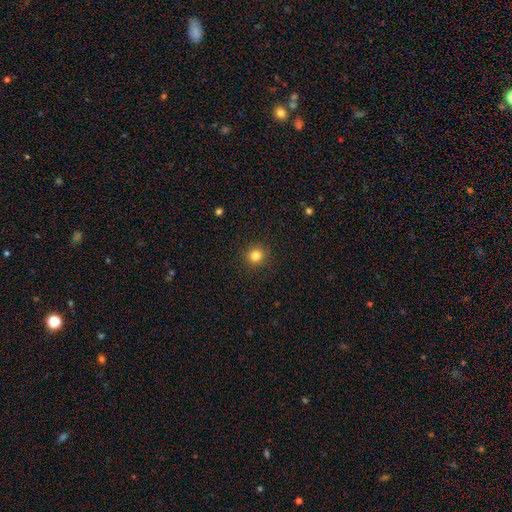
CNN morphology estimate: This appears to be a smooth galaxy with no disk features (83%) that is round (94%). Merging: none (92%).